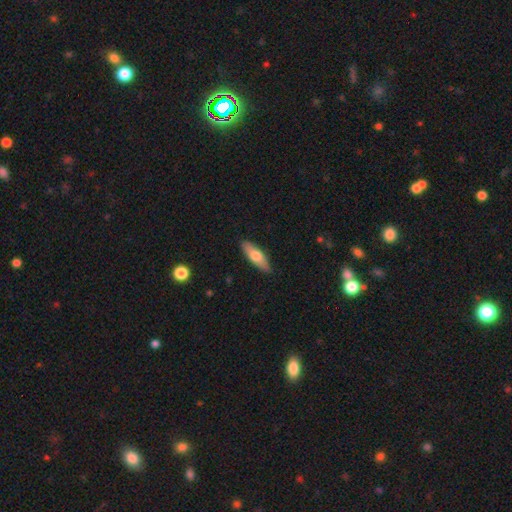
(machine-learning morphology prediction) Q: Smooth or featured?
A: smooth (68%); runner-up: featured or disk (27%)
Q: How rounded?
A: in between (57%); runner-up: cigar-shaped (41%)
Q: Merging?
A: none (87%); runner-up: minor disturbance (10%)